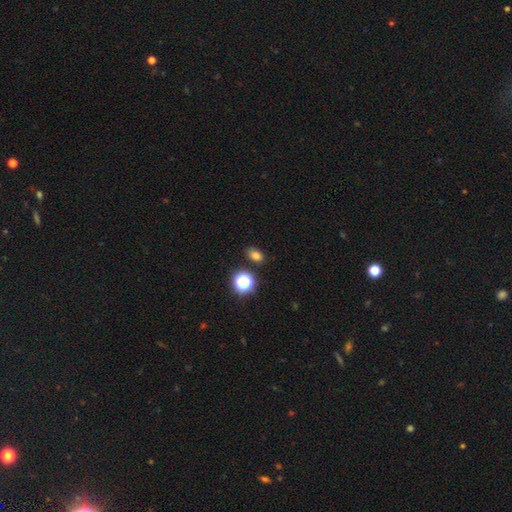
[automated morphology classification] smooth 76%, star or artifact 18%, featured or disk 6%. Down the decision tree: how rounded — in between (74%); merging — none (84%).